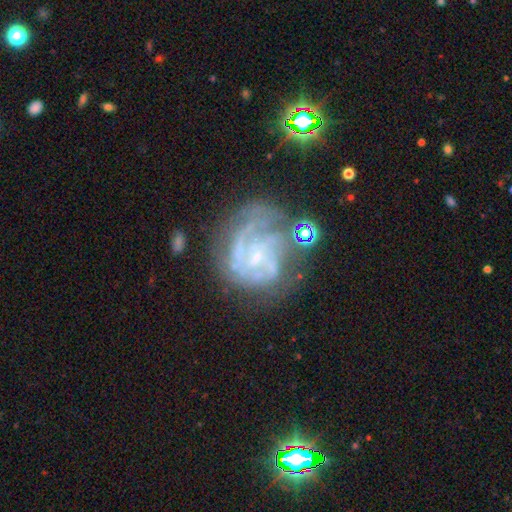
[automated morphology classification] Overall: featured or disk (78%). Edge-on disk: no (98%). Bar: no (66%; weak 28%). Spiral arms: yes (82%). Spiral arm count: can't tell (37%; 3 23%). Spiral winding: tight (50%; medium 36%). Bulge size: small (68%). Merging: none (45%; major disturbance 27%).